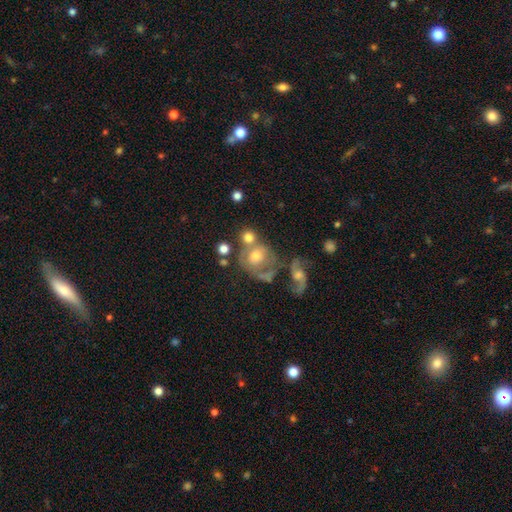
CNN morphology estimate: A featured or disk galaxy (53%) with no bar (70%), spiral arms (62%) and a moderate central bulge (57%). Merging: none (37%).